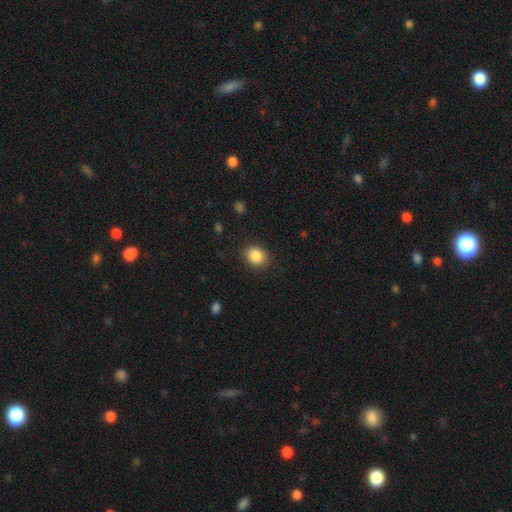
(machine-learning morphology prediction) smooth 87%, star or artifact 9%, featured or disk 4%. Down the decision tree: how rounded — round (63%); merging — none (88%).